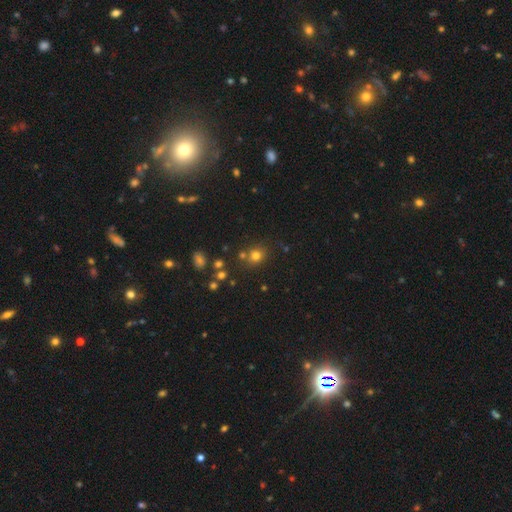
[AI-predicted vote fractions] Smooth or featured? Predicted: smooth (p=0.73). How rounded? Predicted: round (p=0.78). Merging? Predicted: none (p=0.73).